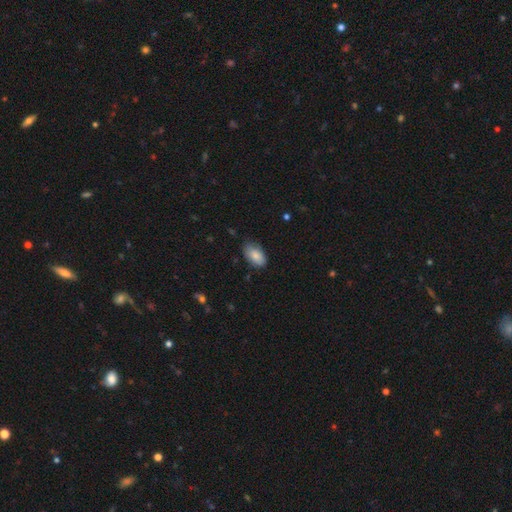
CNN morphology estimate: smooth_or_featured: smooth (p=0.84) [alt: featured or disk p=0.09]
how_rounded: in between (p=0.94) [alt: round p=0.04]
merging: none (p=0.69) [alt: minor disturbance p=0.26]